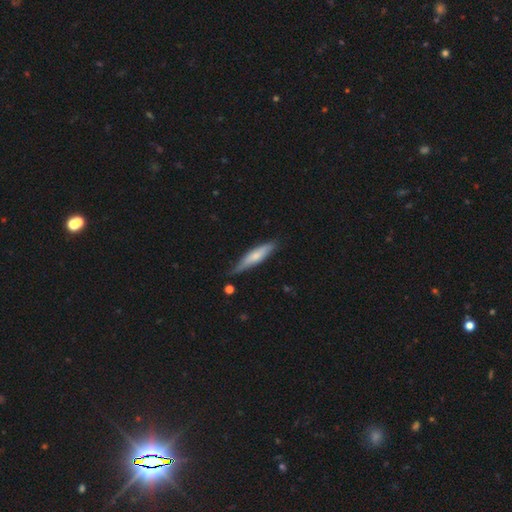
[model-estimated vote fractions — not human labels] smooth 63%, featured or disk 31%, star or artifact 5%. Down the decision tree: how rounded — cigar-shaped (82%); merging — none (69%).